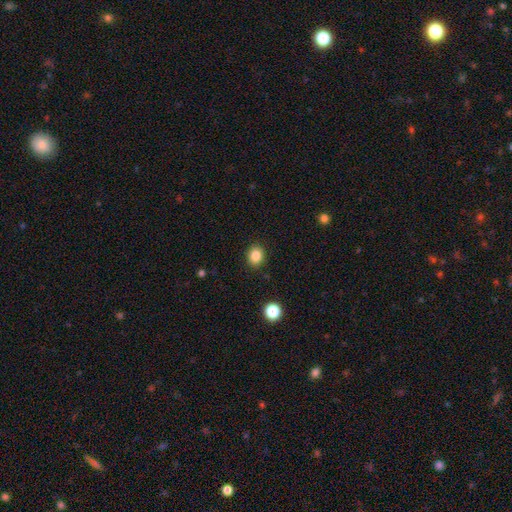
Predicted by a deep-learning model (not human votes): This is clearly a smooth galaxy (84%). How rounded: likely round (65%). Merging: clearly none (89%).